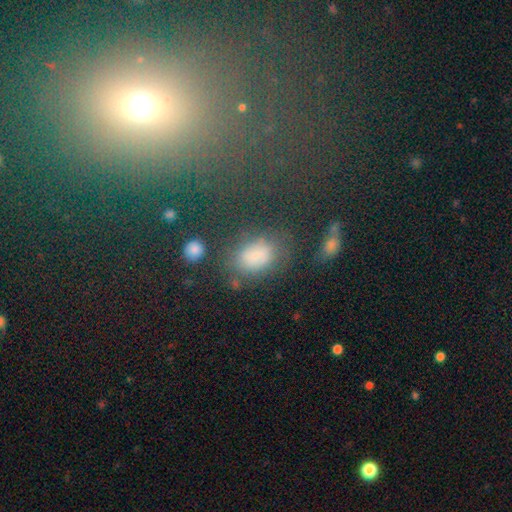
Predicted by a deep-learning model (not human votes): Smooth or featured?
  - smooth: 74% *
  - star or artifact: 13%
  - featured or disk: 12%
How rounded?
  - in between: 82% *
  - round: 16%
  - cigar-shaped: 2%
Merging?
  - none: 54% *
  - minor disturbance: 23%
  - major disturbance: 14%
  - merger: 9%